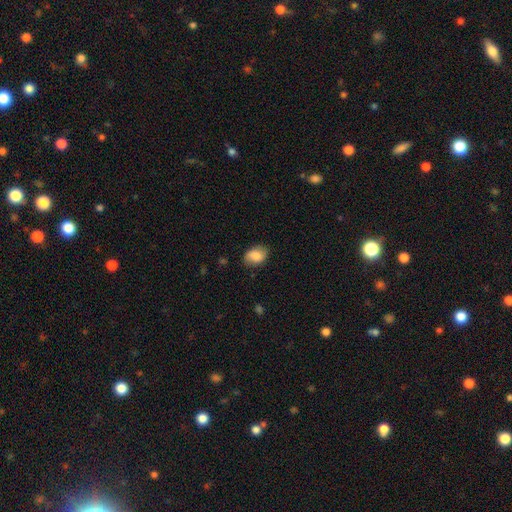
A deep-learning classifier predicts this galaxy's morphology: A smooth galaxy with no disk features (79%) that is in between round and cigar-shaped (81%).

Vote fractions:
- Smooth or featured? smooth: 79% / featured or disk: 13% / star or artifact: 7%
- How rounded? in between: 81% / round: 18% / cigar-shaped: 1%
- Merging? none: 78% / minor disturbance: 17% / major disturbance: 4% / merger: 1%